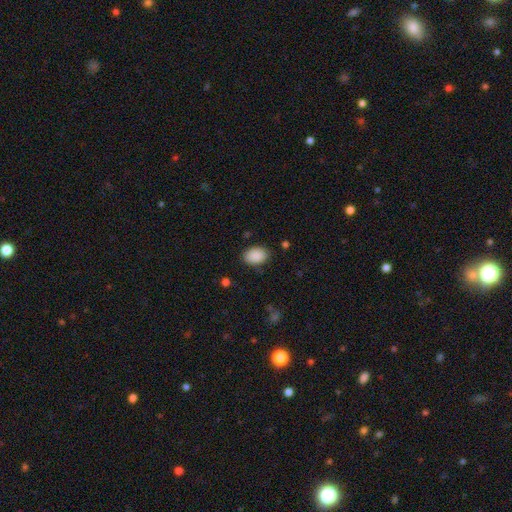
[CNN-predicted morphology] This appears to be a smooth galaxy with no disk features (90%) that is in between round and cigar-shaped (83%). Merging: none (85%).